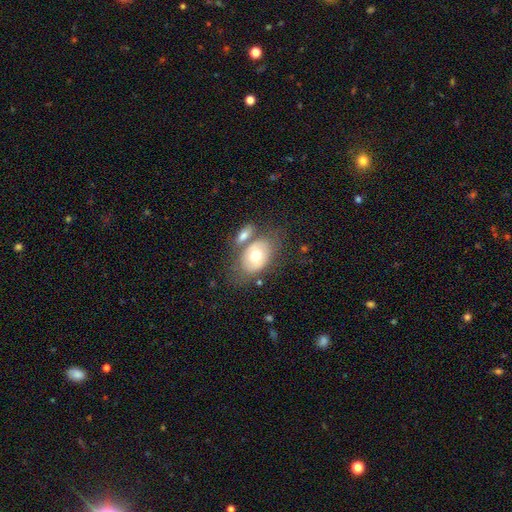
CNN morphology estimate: Smooth or featured? smooth (61%)
How rounded? in between (83%)
Merging? none (52%)